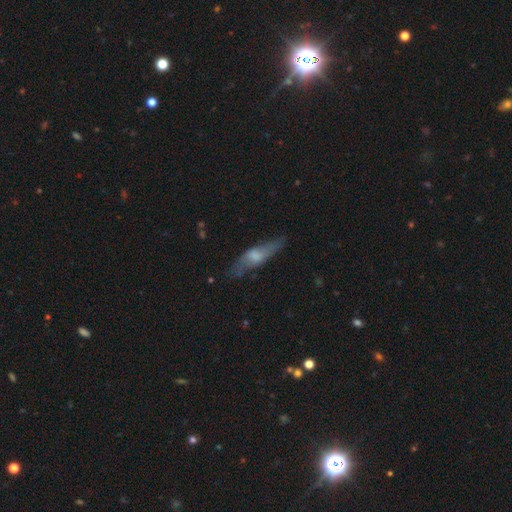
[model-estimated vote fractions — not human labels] Smooth or featured? Predicted: featured or disk (p=0.48). Merging? Predicted: none (p=0.67).